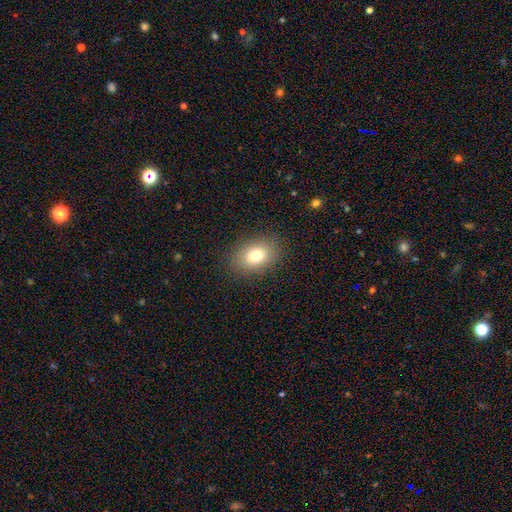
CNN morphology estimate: Overall: smooth (78%). How rounded: in between (74%). Merging: none (87%).